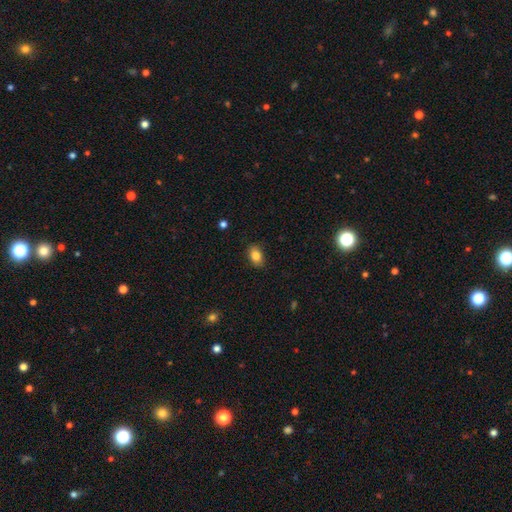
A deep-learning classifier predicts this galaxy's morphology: Q: Smooth or featured?
A: smooth (84%); runner-up: star or artifact (9%)
Q: How rounded?
A: in between (81%); runner-up: round (18%)
Q: Merging?
A: none (86%); runner-up: minor disturbance (11%)